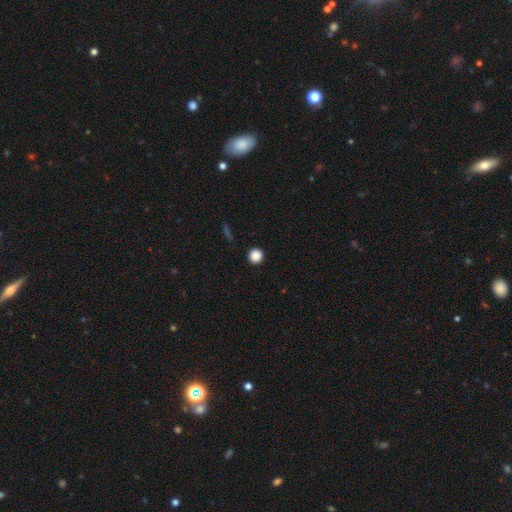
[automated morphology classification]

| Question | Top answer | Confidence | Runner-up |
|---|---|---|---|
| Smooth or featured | smooth | 88% | star or artifact (10%) |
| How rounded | round | 96% | in between (3%) |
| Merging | none | 93% | minor disturbance (4%) |